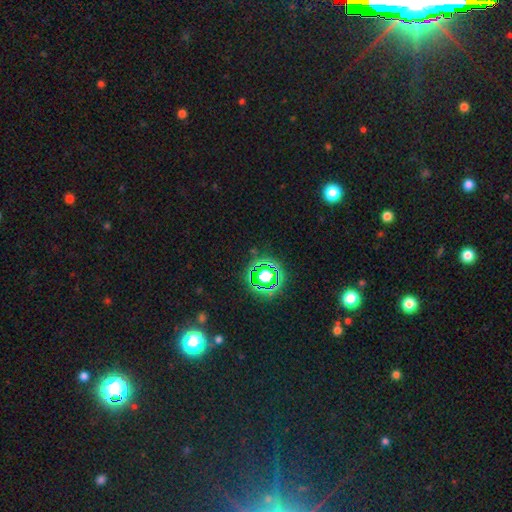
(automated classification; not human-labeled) Overall: star or artifact (75%).